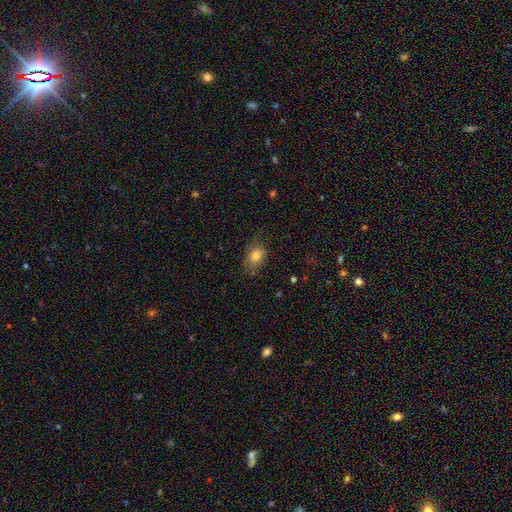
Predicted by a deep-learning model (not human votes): Smooth or featured?
  - smooth: 80% *
  - featured or disk: 10%
  - star or artifact: 10%
How rounded?
  - in between: 69% *
  - round: 29%
  - cigar-shaped: 1%
Merging?
  - none: 70% *
  - minor disturbance: 22%
  - major disturbance: 7%
  - merger: 1%